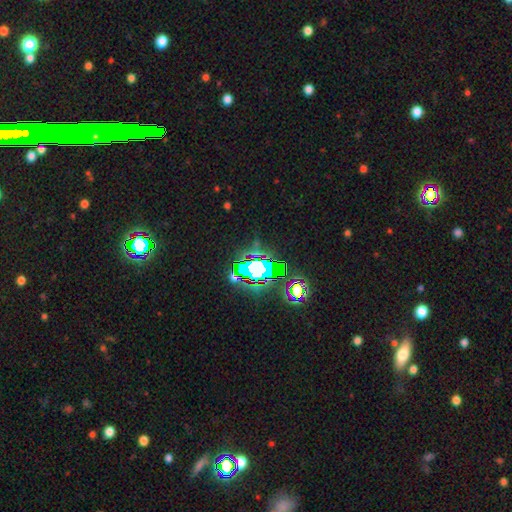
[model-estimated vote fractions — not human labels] A star or artifact, not a galaxy (78%).